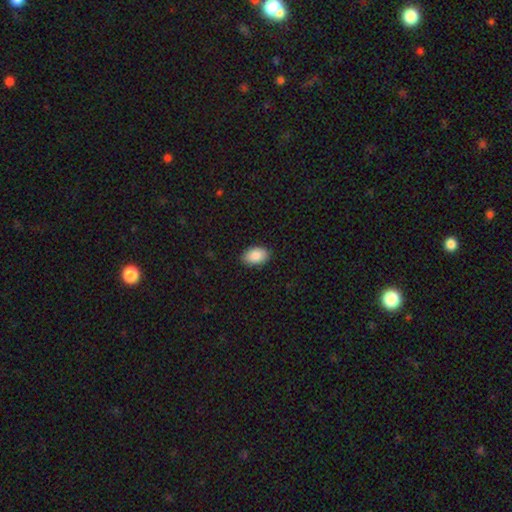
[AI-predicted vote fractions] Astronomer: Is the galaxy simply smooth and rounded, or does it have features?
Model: smooth — 89%.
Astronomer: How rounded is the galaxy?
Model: in between — 92%.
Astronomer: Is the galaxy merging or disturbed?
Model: none — 88%.